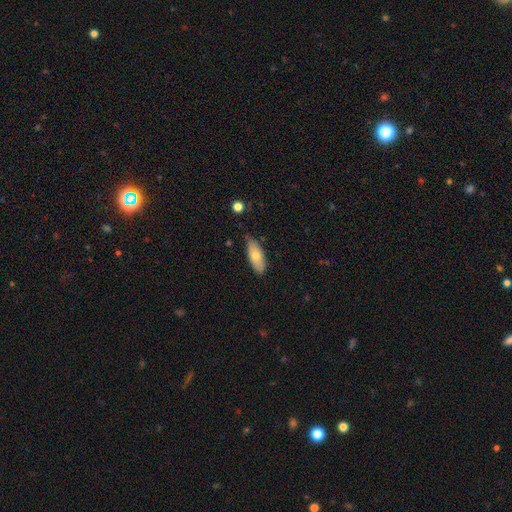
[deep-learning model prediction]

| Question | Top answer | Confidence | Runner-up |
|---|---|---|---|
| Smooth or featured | smooth | 67% | featured or disk (27%) |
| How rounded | in between | 77% | cigar-shaped (21%) |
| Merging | none | 76% | minor disturbance (19%) |